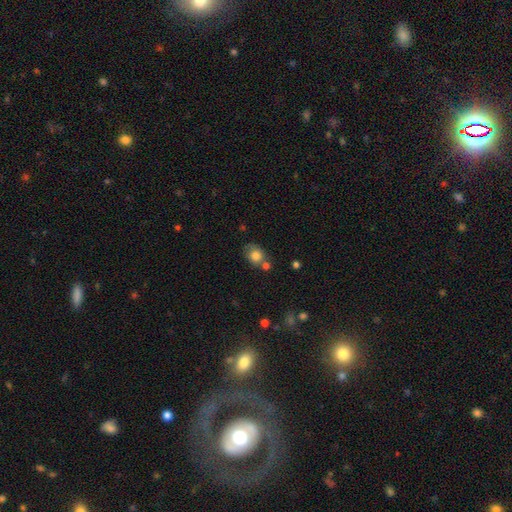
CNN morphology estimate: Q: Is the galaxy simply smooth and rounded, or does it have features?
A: smooth — 78%.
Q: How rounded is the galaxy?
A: round — 62%.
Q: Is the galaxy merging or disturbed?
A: none — 53%.